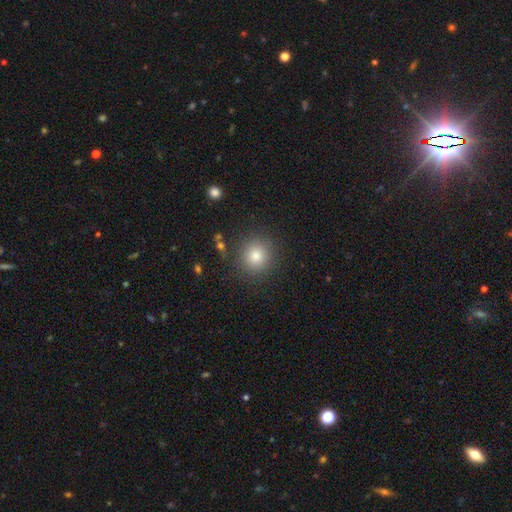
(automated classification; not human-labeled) A smooth galaxy with no disk features (81%) that is round (91%). Merging: none (89%).